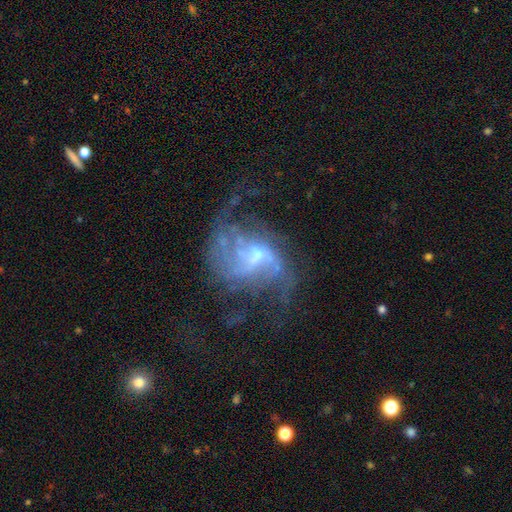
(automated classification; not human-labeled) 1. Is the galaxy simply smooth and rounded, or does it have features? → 81% featured or disk, 9% star or artifact, 9% smooth.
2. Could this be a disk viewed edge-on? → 98% no, 2% yes.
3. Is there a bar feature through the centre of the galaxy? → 51% no, 40% weak, 9% strong.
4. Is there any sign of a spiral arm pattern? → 85% yes, 15% no.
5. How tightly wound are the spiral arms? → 48% loose, 37% medium, 15% tight.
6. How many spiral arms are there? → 35% 2, 27% can't tell, 17% 3, 8% 1, 7% 4, 5% more than 4.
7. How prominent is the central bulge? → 50% small, 38% moderate, 7% none, 3% large, 1% dominant.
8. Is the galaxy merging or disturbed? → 42% none, 36% major disturbance, 17% minor disturbance, 5% merger.